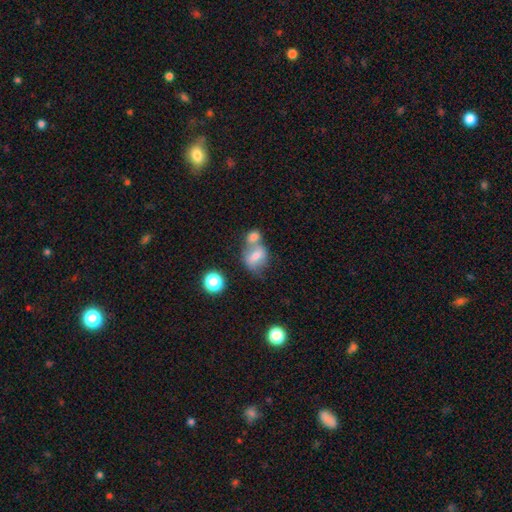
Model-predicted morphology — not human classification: smooth 61%, featured or disk 28%, star or artifact 11%. Down the decision tree: how rounded — in between (57%); merging — merger (55%).